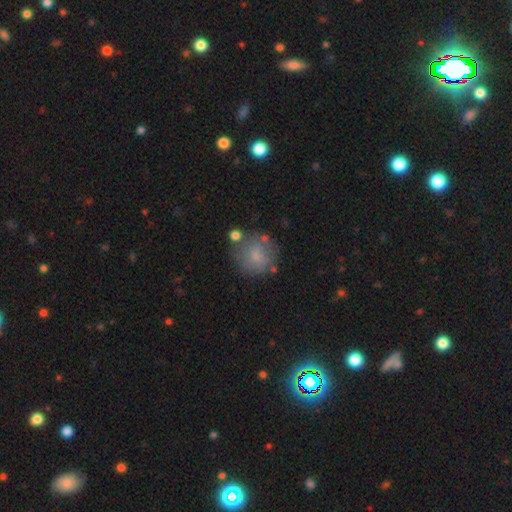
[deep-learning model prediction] Morphology: type=smooth (72%); roundness=round (89%); merging=none (65%).